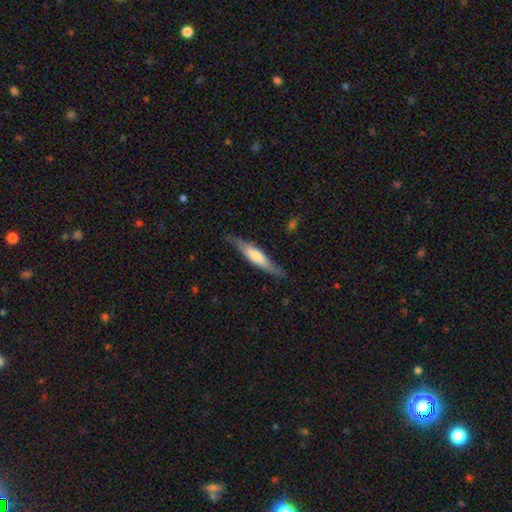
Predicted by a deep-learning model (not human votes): Q: Smooth or featured?
A: smooth (48%); runner-up: featured or disk (46%)
Q: Merging?
A: none (81%); runner-up: minor disturbance (15%)